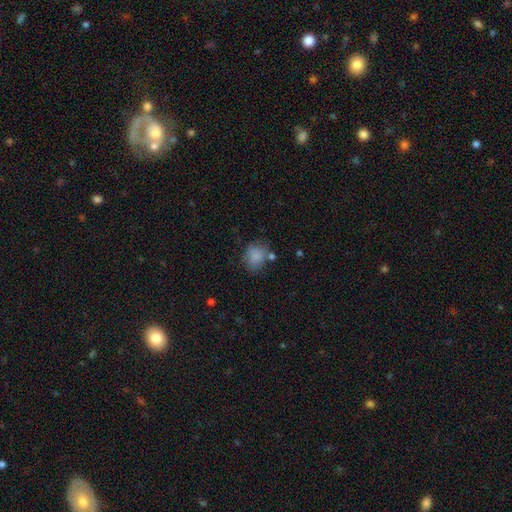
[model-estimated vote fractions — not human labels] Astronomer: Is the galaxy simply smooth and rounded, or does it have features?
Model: smooth — 82%.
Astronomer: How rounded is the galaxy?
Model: round — 63%.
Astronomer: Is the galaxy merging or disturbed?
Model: none — 62%.